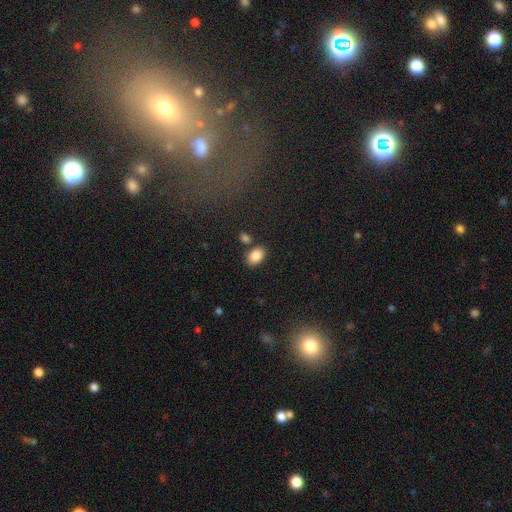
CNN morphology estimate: Q: Smooth or featured?
A: smooth (86%); runner-up: star or artifact (8%)
Q: How rounded?
A: in between (85%); runner-up: round (14%)
Q: Merging?
A: none (77%); runner-up: minor disturbance (11%)